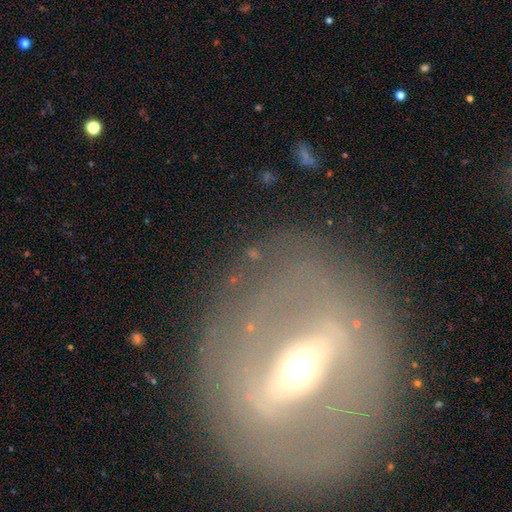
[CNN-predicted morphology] A featured or disk galaxy (63%) with a strong bar (43%), no spiral arms (62%) and a moderate central bulge (61%).

Vote fractions:
- Smooth or featured? featured or disk: 63% / smooth: 22% / star or artifact: 15%
- Edge-on disk? no: 81% / yes: 19%
- Bar? strong: 43% / no: 31% / weak: 26%
- Spiral arms? no: 62% / yes: 38%
- Bulge size? moderate: 61% / small: 26% / large: 9% / dominant: 3% / none: 2%
- Merging? none: 67% / minor disturbance: 15% / major disturbance: 14% / merger: 4%